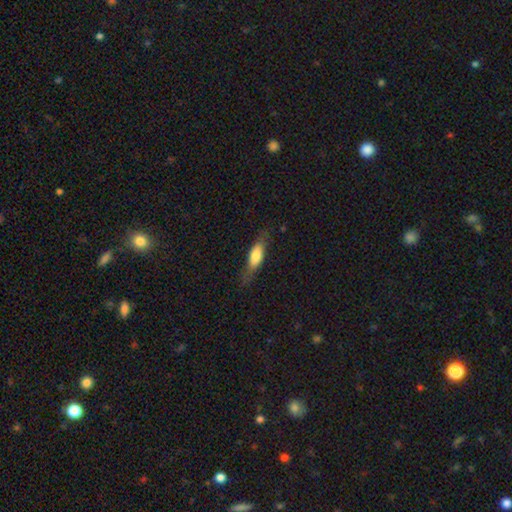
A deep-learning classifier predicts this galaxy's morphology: smooth-or-featured: smooth: 69% | featured or disk: 24% | star or artifact: 6%
  how-rounded: in between: 53% | cigar-shaped: 44% | round: 3%
  merging: none: 70% | minor disturbance: 21% | major disturbance: 8% | merger: 1%